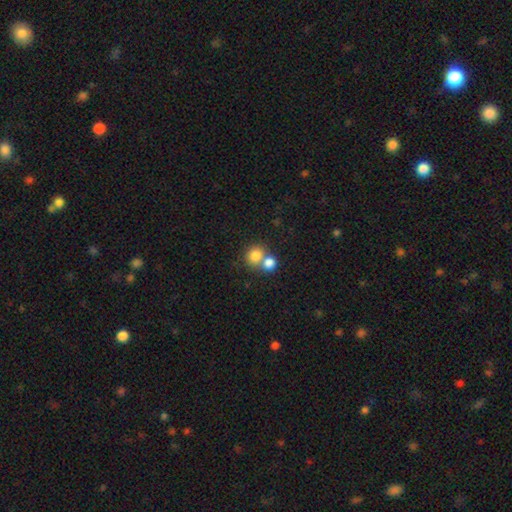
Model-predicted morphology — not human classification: Smooth or featured? smooth (81%)
How rounded? round (75%)
Merging? merger (47%)